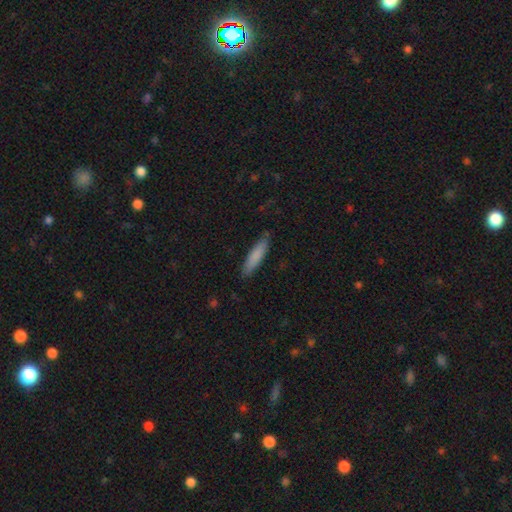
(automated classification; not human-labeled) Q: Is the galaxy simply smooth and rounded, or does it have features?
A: smooth — 82%.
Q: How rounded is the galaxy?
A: cigar-shaped — 80%.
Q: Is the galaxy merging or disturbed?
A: none — 85%.